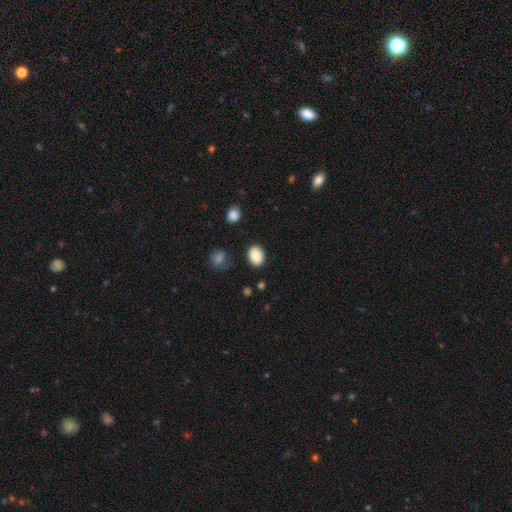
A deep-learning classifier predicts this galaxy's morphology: smooth 87%, star or artifact 8%, featured or disk 4%. Down the decision tree: how rounded — in between (66%); merging — none (83%).